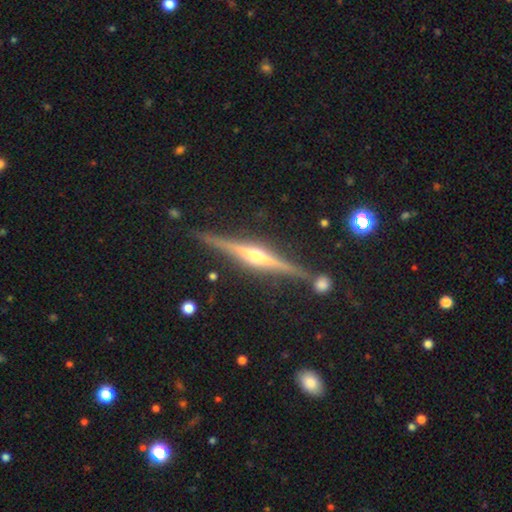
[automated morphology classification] A featured or disk galaxy (84%) viewed edge-on (98%) with a rounded central bulge (87%). Merging: none (86%).